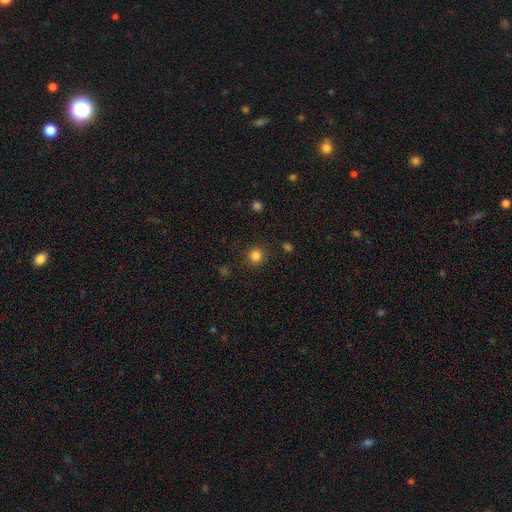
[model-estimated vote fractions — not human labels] Smooth or featured?
  - smooth: 84% *
  - star or artifact: 13%
  - featured or disk: 4%
How rounded?
  - round: 94% *
  - in between: 5%
  - cigar-shaped: 1%
Merging?
  - none: 90% *
  - minor disturbance: 6%
  - major disturbance: 3%
  - merger: 2%